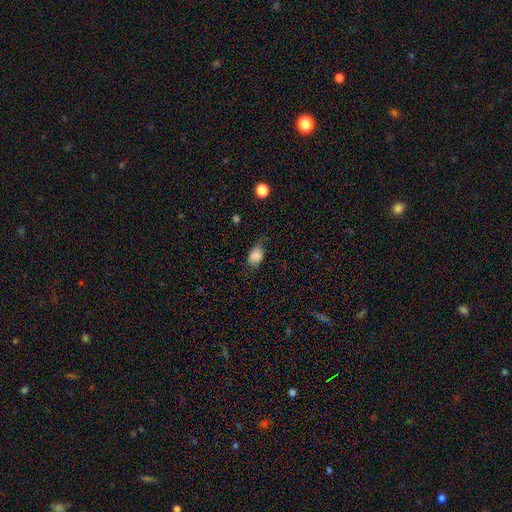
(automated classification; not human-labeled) Smooth or featured: smooth — 82% (featured or disk — 9%)
How rounded: in between — 80% (round — 18%)
Merging: none — 57% (minor disturbance — 33%)